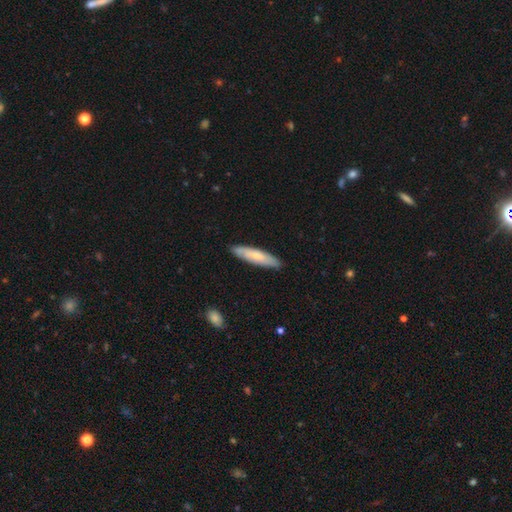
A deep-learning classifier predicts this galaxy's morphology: This appears to be a smooth galaxy with no disk features (63%) that is cigar-shaped (76%). Merging: none (86%).